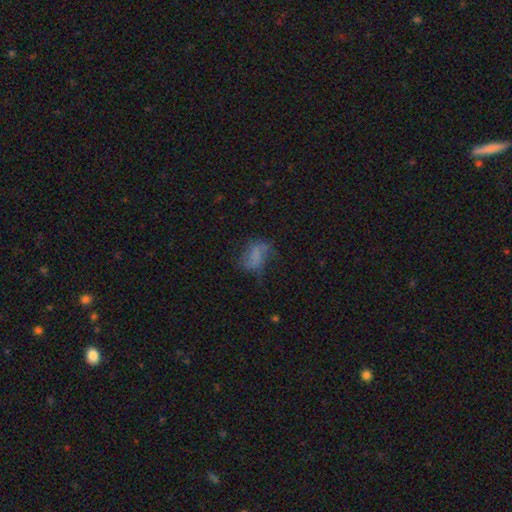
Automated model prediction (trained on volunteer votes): smooth_or_featured: smooth (p=0.46) [alt: featured or disk p=0.40]
merging: none (p=0.46) [alt: minor disturbance p=0.26]